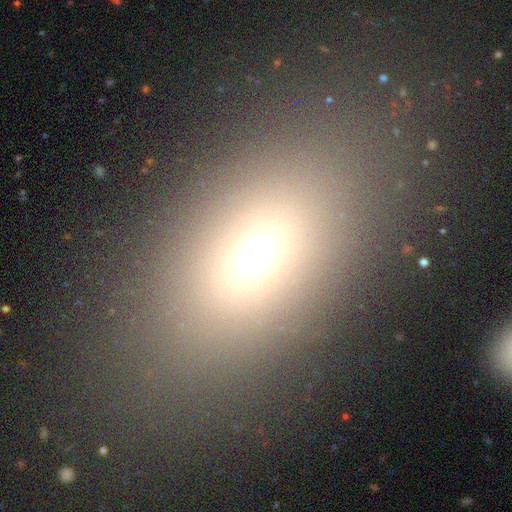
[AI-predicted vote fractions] Smooth or featured? Predicted: smooth (p=0.65). How rounded? Predicted: in between (p=0.79). Merging? Predicted: none (p=0.79).